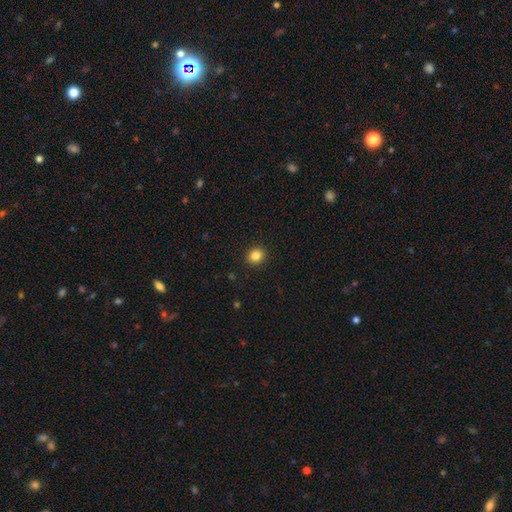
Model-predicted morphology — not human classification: smooth-or-featured: smooth: 84% | star or artifact: 11% | featured or disk: 5%
  how-rounded: round: 76% | in between: 24% | cigar-shaped: 1%
  merging: none: 92% | minor disturbance: 6% | major disturbance: 2% | merger: 1%